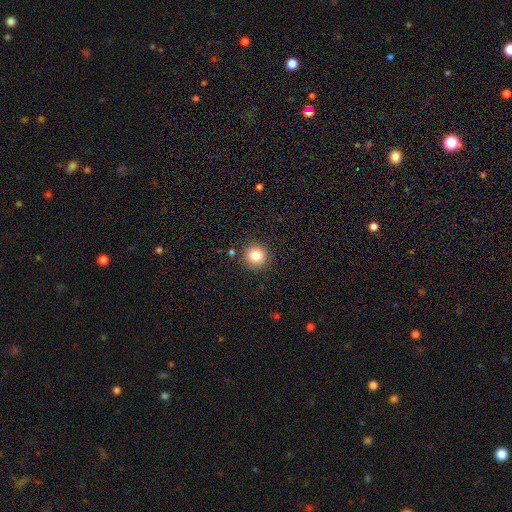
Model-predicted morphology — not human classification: Q: Smooth or featured?
A: smooth (83%); runner-up: star or artifact (11%)
Q: How rounded?
A: round (94%); runner-up: in between (5%)
Q: Merging?
A: none (90%); runner-up: minor disturbance (6%)